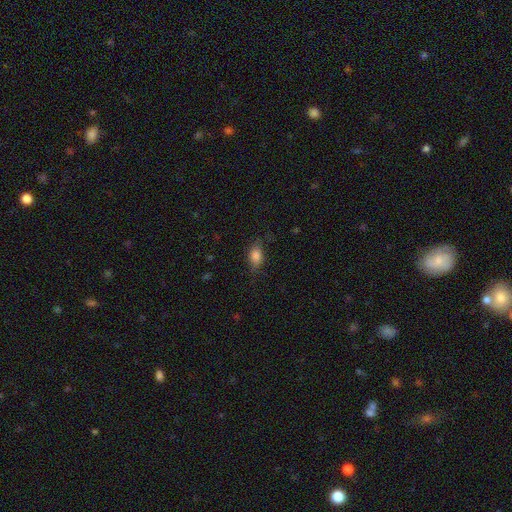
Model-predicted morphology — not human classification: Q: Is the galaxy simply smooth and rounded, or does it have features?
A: smooth — 80%.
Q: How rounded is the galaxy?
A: in between — 81%.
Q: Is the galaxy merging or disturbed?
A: none — 70%.